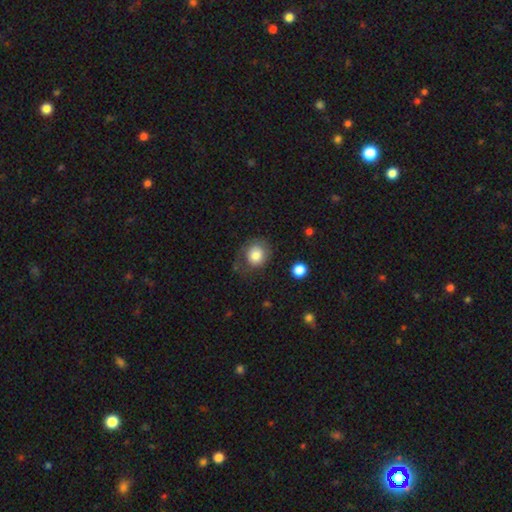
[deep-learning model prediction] smooth_or_featured: smooth (p=0.78) [alt: featured or disk p=0.13]
how_rounded: round (p=0.74) [alt: in between p=0.25]
merging: none (p=0.59) [alt: minor disturbance p=0.23]